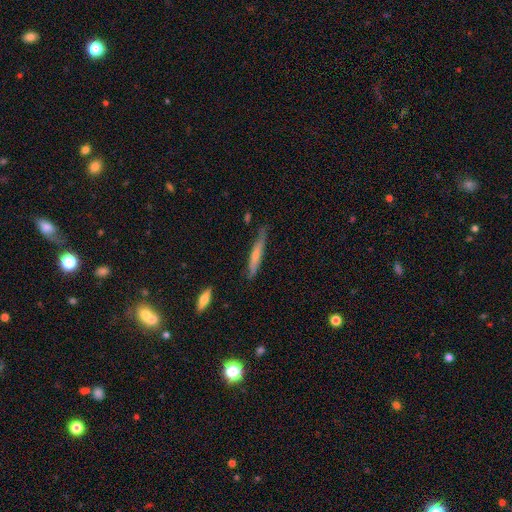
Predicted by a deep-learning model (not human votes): Q: Smooth or featured?
A: smooth (58%); runner-up: featured or disk (36%)
Q: How rounded?
A: cigar-shaped (92%); runner-up: in between (6%)
Q: Merging?
A: none (72%); runner-up: minor disturbance (22%)